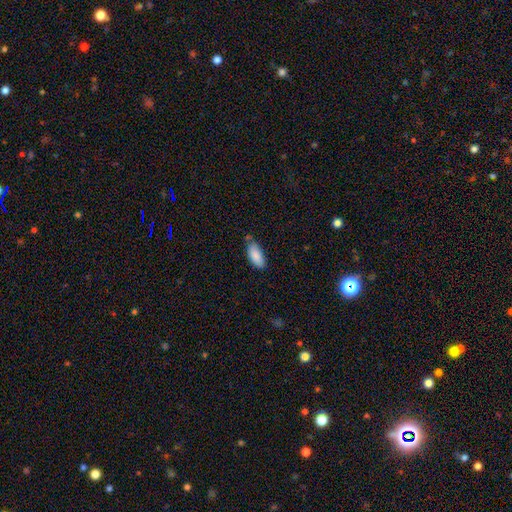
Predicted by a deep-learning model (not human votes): Q: Smooth or featured?
A: smooth (88%); runner-up: star or artifact (6%)
Q: How rounded?
A: in between (86%); runner-up: cigar-shaped (12%)
Q: Merging?
A: none (62%); runner-up: minor disturbance (28%)